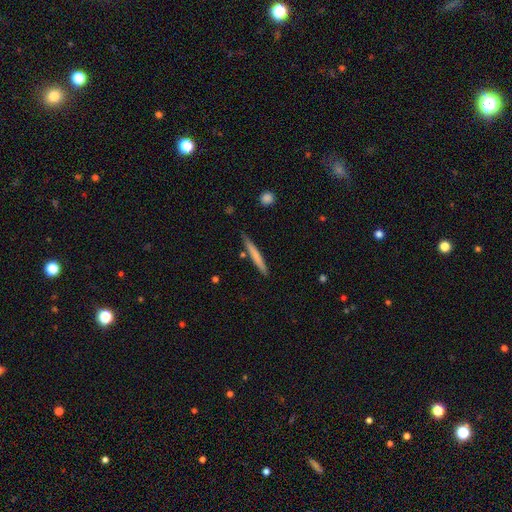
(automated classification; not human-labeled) The model was most divided on "smooth or featured": smooth: 66%, featured or disk: 29%, star or artifact: 5%. More confident: how rounded — cigar-shaped (96%); merging — none (84%).